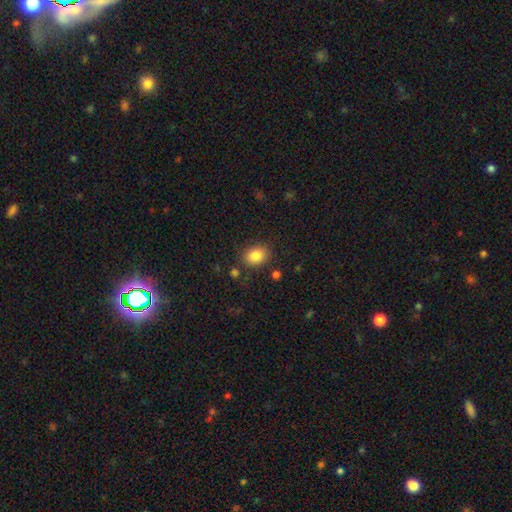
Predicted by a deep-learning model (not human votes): This appears to be a smooth galaxy with no disk features (85%) that is in between round and cigar-shaped (64%). Merging: none (82%).